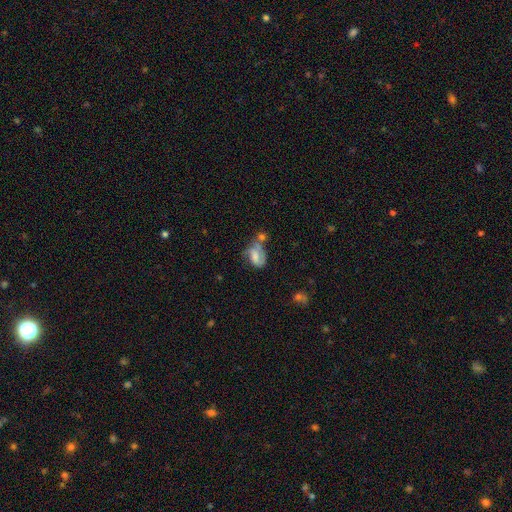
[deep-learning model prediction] Q: Smooth or featured?
A: featured or disk (49%); runner-up: smooth (41%)
Q: Merging?
A: none (30%); runner-up: merger (29%)